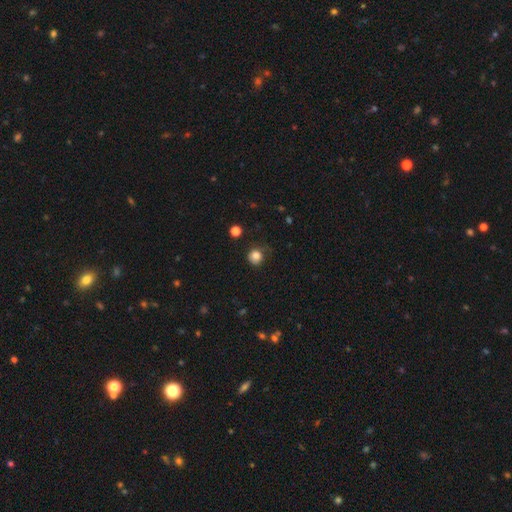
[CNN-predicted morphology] Smooth or featured? Predicted: smooth (p=0.83). How rounded? Predicted: round (p=0.89). Merging? Predicted: none (p=0.72).